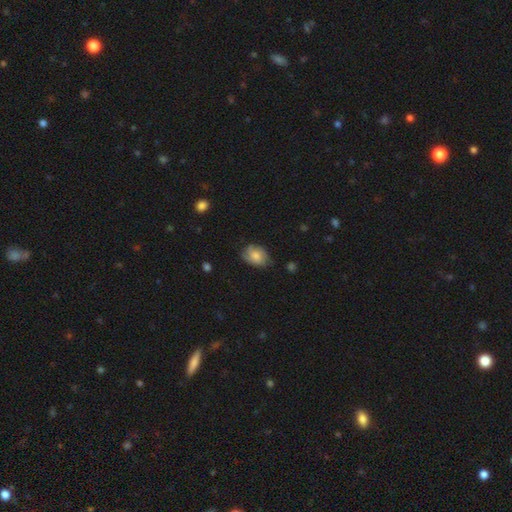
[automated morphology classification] Smooth or featured: smooth — 72% (featured or disk — 20%)
How rounded: in between — 74% (round — 24%)
Merging: none — 65% (minor disturbance — 28%)